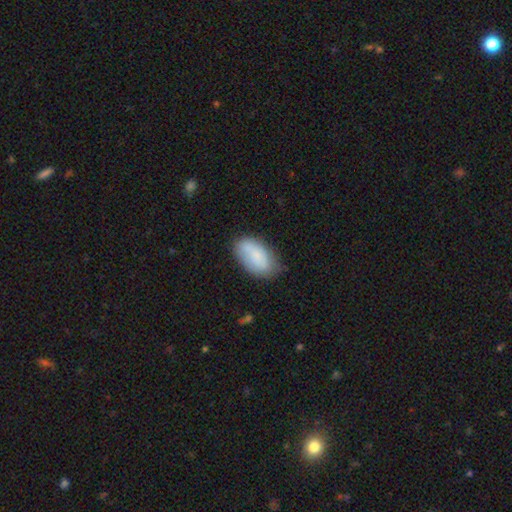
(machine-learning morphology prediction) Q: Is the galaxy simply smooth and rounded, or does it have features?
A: smooth — 79%.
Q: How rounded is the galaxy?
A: in between — 94%.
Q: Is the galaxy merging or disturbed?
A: none — 70%.